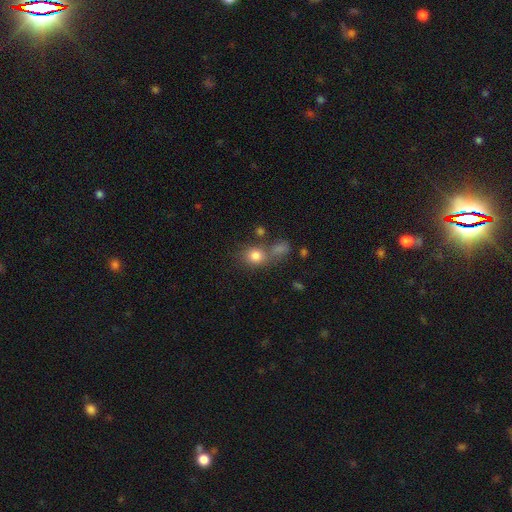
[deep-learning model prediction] Q: Smooth or featured?
A: smooth (81%); runner-up: star or artifact (11%)
Q: How rounded?
A: round (67%); runner-up: in between (32%)
Q: Merging?
A: none (54%); runner-up: merger (26%)